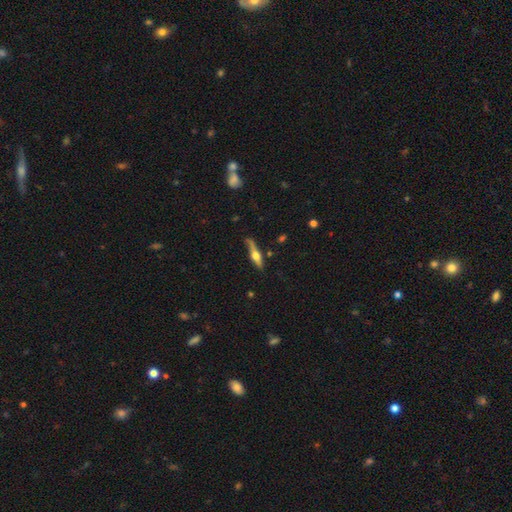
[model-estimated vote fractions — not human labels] Morphology: type=featured or disk (59%); edge-on=yes (93%); edge-on bulge=rounded (94%); merging=none (71%).